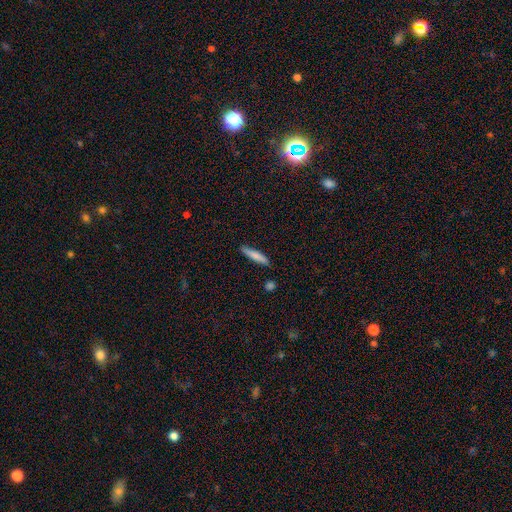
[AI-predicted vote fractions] Smooth or featured?
  - smooth: 76% *
  - featured or disk: 18%
  - star or artifact: 6%
How rounded?
  - cigar-shaped: 89% *
  - in between: 10%
  - round: 1%
Merging?
  - none: 85% *
  - minor disturbance: 11%
  - merger: 2%
  - major disturbance: 2%